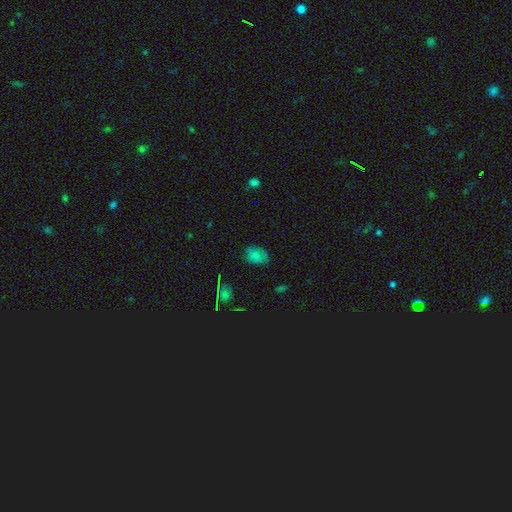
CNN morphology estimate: This appears to be a smooth galaxy with no disk features (74%) that is in between round and cigar-shaped (75%). Merging: none (73%).